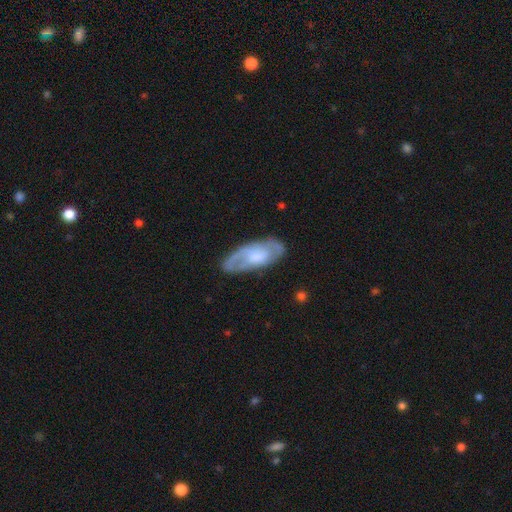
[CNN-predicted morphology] smooth-or-featured: featured or disk: 63% | smooth: 31% | star or artifact: 6%
  disk-edge-on: no: 87% | yes: 13%
    bar: no: 67% | weak: 28% | strong: 5%
    has-spiral-arms: yes: 78% | no: 22%
    bulge-size: moderate: 40% | small: 27% | large: 18% | none: 13% | dominant: 2%
  merging: none: 71% | minor disturbance: 20% | major disturbance: 7% | merger: 2%